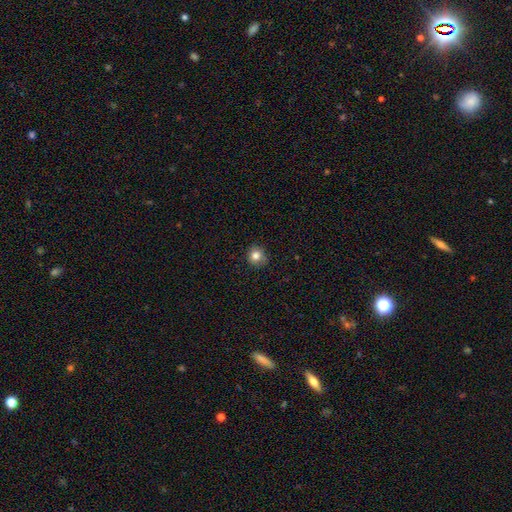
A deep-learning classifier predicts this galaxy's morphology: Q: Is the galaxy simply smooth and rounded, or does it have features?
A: smooth — 82%.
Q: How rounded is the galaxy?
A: round — 87%.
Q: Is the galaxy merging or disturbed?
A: none — 85%.